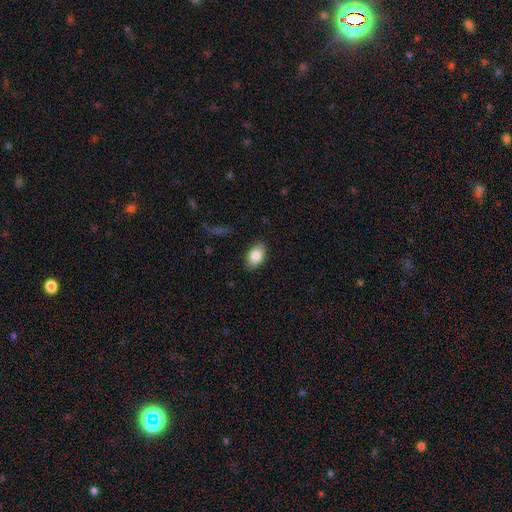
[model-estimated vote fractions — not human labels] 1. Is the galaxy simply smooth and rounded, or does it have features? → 86% smooth, 7% featured or disk, 7% star or artifact.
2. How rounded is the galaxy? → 90% in between, 8% round, 1% cigar-shaped.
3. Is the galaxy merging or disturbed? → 87% none, 10% minor disturbance, 2% major disturbance, 1% merger.